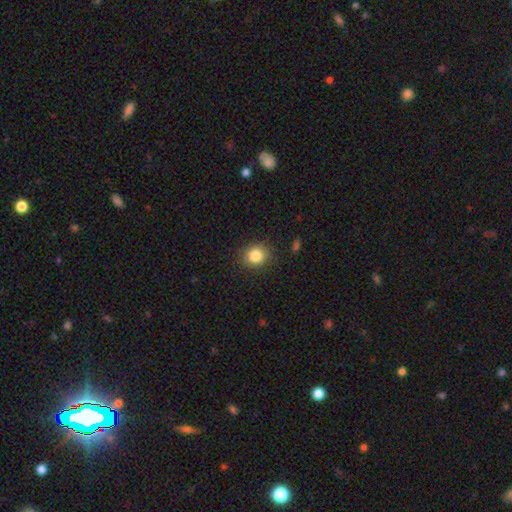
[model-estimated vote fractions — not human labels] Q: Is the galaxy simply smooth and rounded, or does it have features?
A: smooth — 84%.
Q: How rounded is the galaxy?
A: round — 77%.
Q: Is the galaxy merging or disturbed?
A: none — 87%.